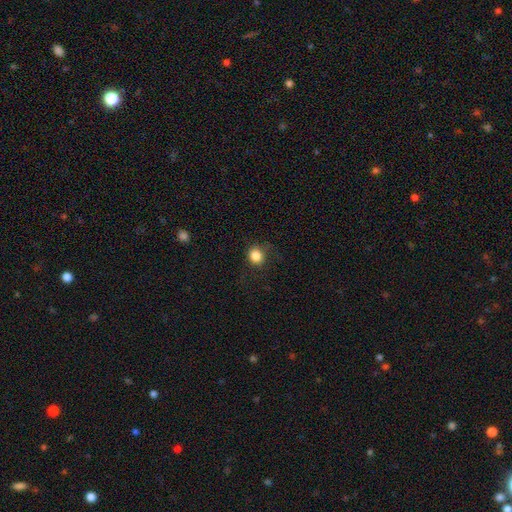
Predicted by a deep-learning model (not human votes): Smooth or featured?
  - smooth: 84% *
  - star or artifact: 11%
  - featured or disk: 4%
How rounded?
  - round: 85% *
  - in between: 14%
  - cigar-shaped: 1%
Merging?
  - none: 81% *
  - minor disturbance: 13%
  - major disturbance: 5%
  - merger: 1%